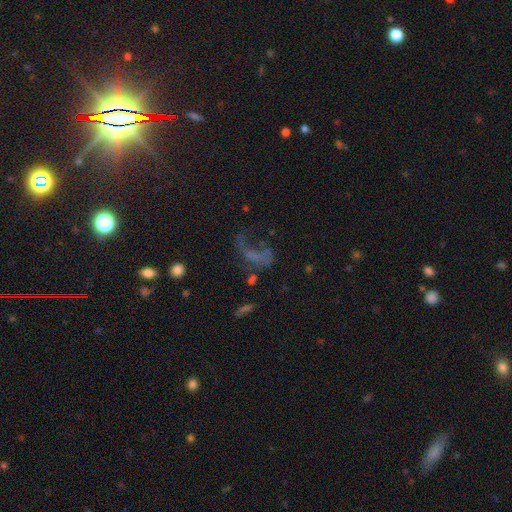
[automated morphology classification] A featured or disk galaxy (44%). Merging: major disturbance (49%).